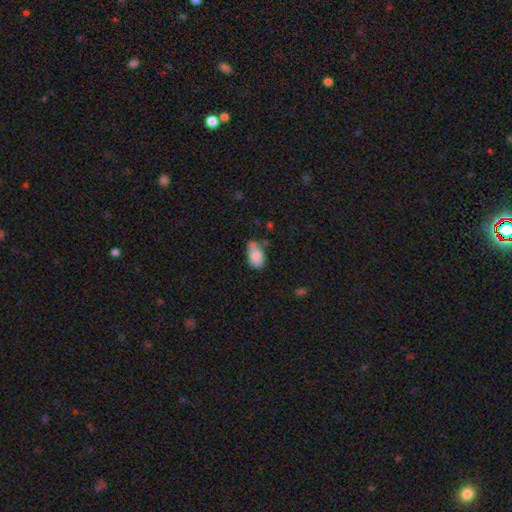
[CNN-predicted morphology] This is clearly a smooth galaxy (83%). How rounded: clearly in between (91%). Merging: possibly none (49%).